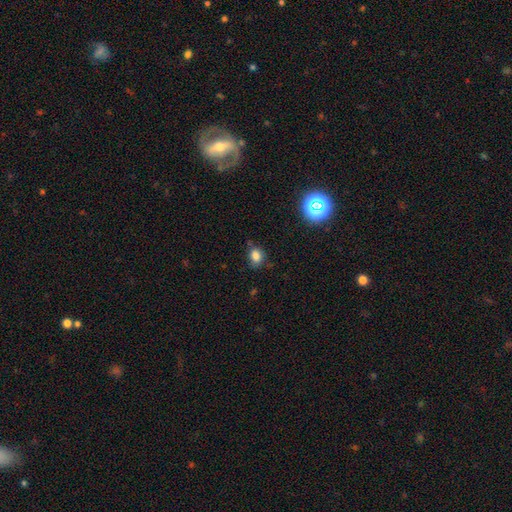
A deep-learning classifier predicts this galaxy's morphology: Smooth or featured? smooth (80%)
How rounded? in between (56%)
Merging? none (67%)